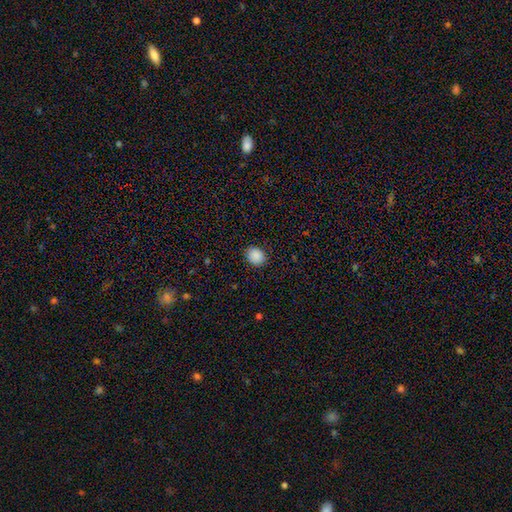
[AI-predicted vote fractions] This is clearly a smooth galaxy (89%). How rounded: likely round (64%). Merging: clearly none (89%).